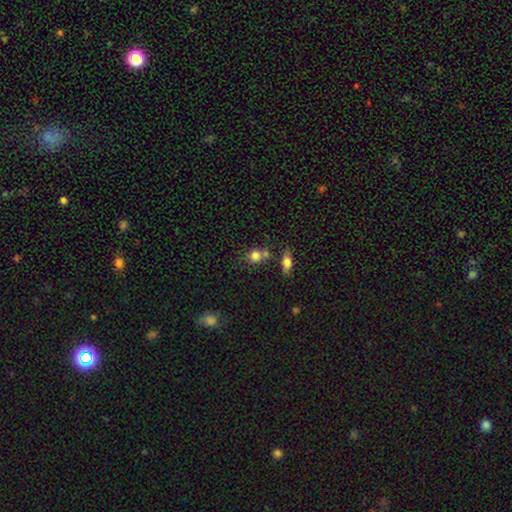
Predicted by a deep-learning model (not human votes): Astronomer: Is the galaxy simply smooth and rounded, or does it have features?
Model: smooth — 80%.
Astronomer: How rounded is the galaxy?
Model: round — 78%.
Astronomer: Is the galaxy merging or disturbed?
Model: none — 53% (runner-up: merger, 31%).